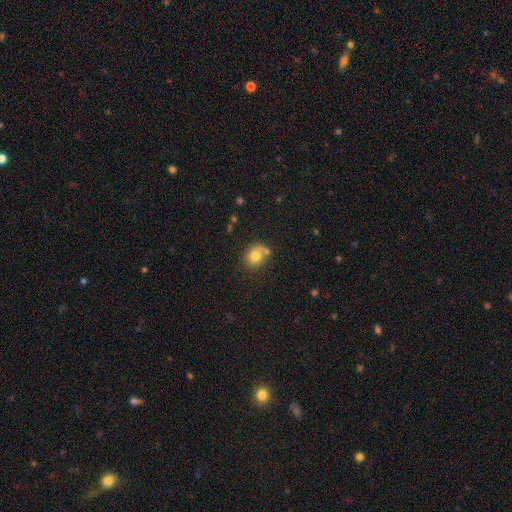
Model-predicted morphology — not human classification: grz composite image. It shows a smooth galaxy with no disk features (76%) that is round (61%). Merging: none (51%).